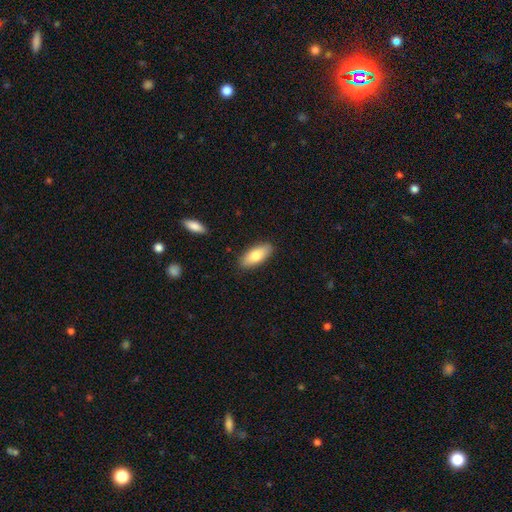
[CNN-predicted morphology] This appears to be a smooth galaxy with no disk features (77%) that is in between round and cigar-shaped (81%). Merging: none (88%).